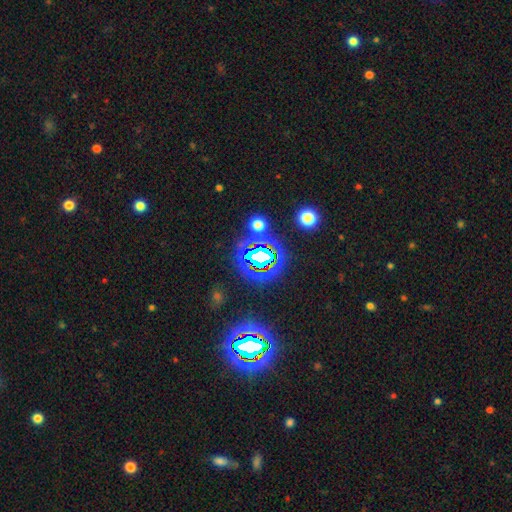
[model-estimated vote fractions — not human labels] Smooth or featured? star or artifact (79%)